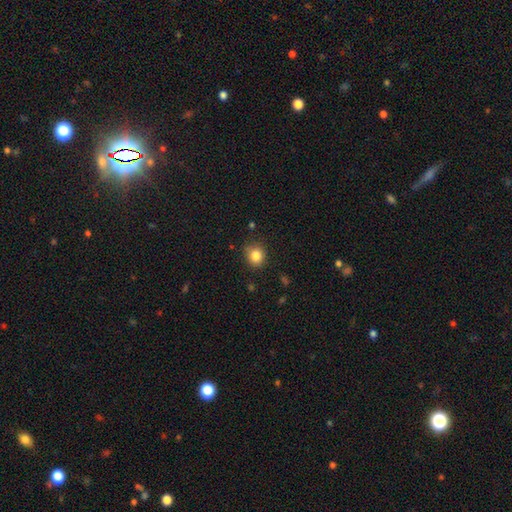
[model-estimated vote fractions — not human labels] This is clearly a smooth galaxy (84%). How rounded: likely round (77%). Merging: clearly none (82%).